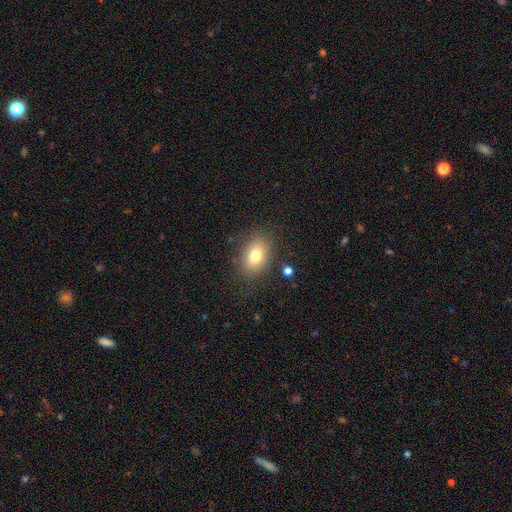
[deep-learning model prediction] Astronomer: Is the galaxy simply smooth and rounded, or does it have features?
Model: smooth — 77%.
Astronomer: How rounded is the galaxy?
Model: in between — 79%.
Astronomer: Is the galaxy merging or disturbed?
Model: none — 81%.